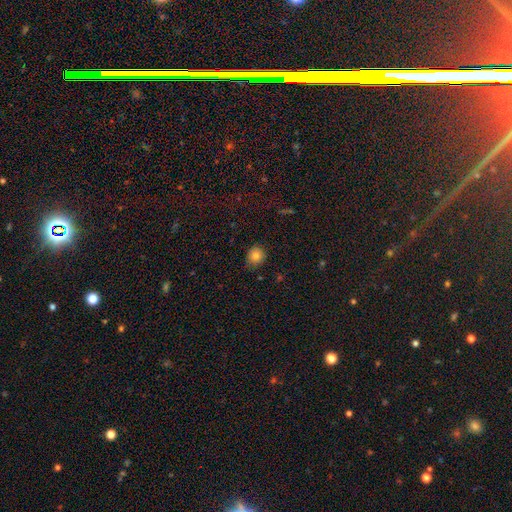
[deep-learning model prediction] Overall: smooth (81%). How rounded: round (85%). Merging: none (77%).